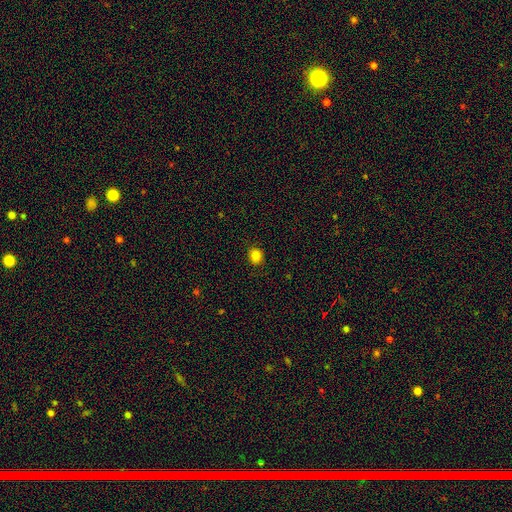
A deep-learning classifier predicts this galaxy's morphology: A smooth galaxy with no disk features (85%) that is round (69%). Merging: none (88%).